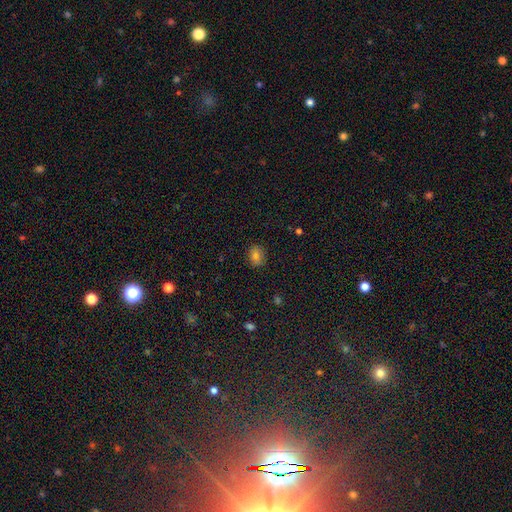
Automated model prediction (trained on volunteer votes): Morphology: type=smooth (75%); roundness=in between (57%); merging=none (86%).